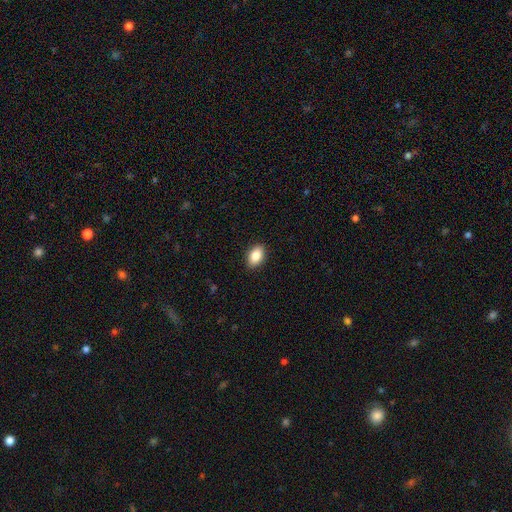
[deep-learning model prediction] Q: Smooth or featured?
A: smooth (86%); runner-up: star or artifact (7%)
Q: How rounded?
A: in between (88%); runner-up: round (11%)
Q: Merging?
A: none (89%); runner-up: minor disturbance (8%)